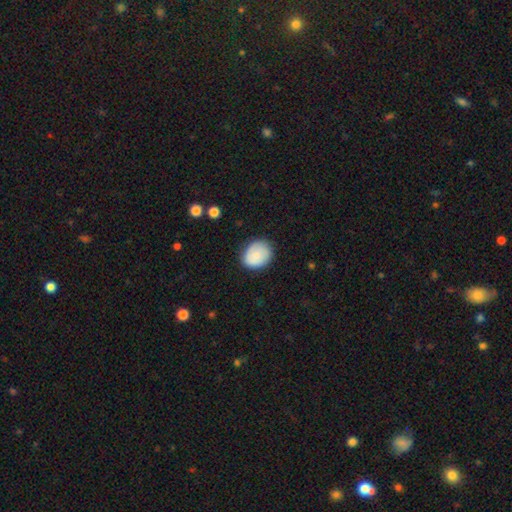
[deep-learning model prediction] The model was most divided on "how rounded": round: 54%, in between: 45%, cigar-shaped: 1%. More confident: merging — none (78%); smooth or featured — smooth (75%).